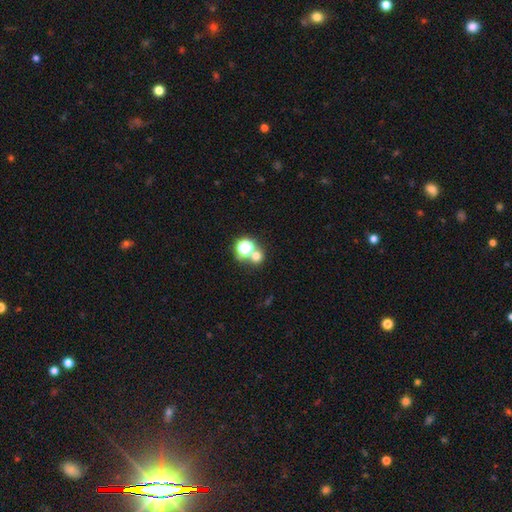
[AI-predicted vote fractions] A smooth galaxy with no disk features (64%) that is round (85%). Merging: none (56%).